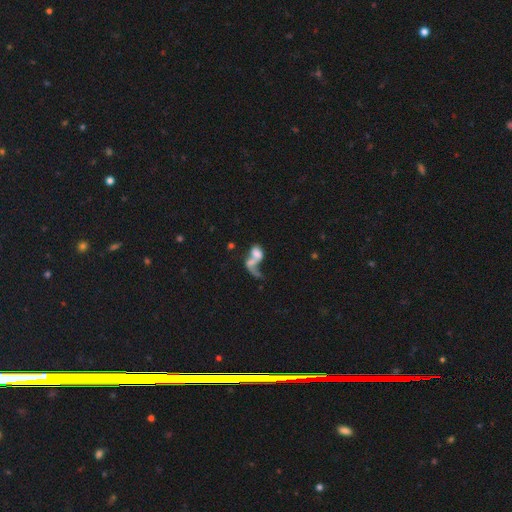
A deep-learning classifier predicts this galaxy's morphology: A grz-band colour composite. It shows a smooth galaxy with no disk features (51%) that is in between round and cigar-shaped (73%). Merging: merger (61%).